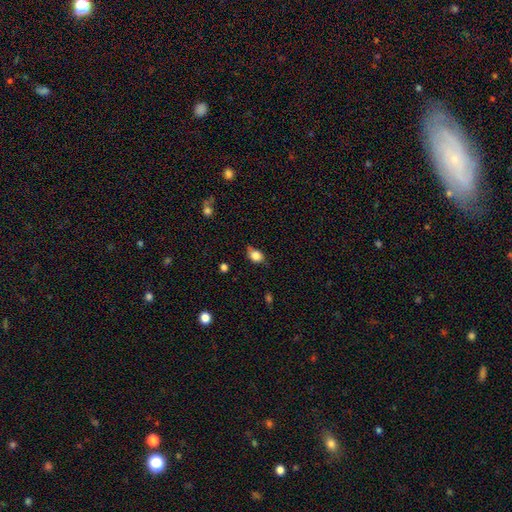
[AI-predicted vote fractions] Q: Smooth or featured?
A: smooth (81%); runner-up: featured or disk (10%)
Q: How rounded?
A: in between (65%); runner-up: round (33%)
Q: Merging?
A: none (63%); runner-up: minor disturbance (29%)